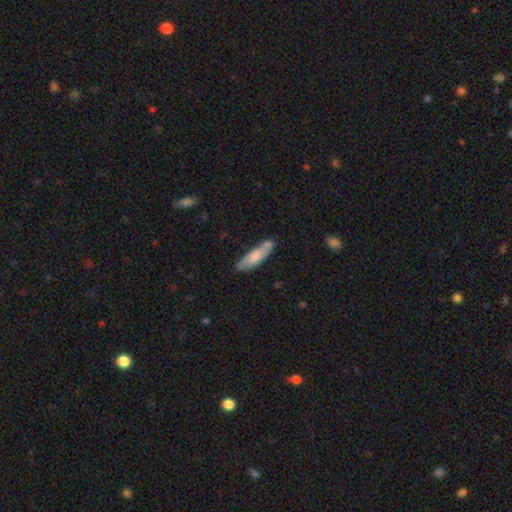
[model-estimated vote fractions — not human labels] A smooth galaxy with no disk features (70%) that is cigar-shaped (67%). Merging: none (66%).